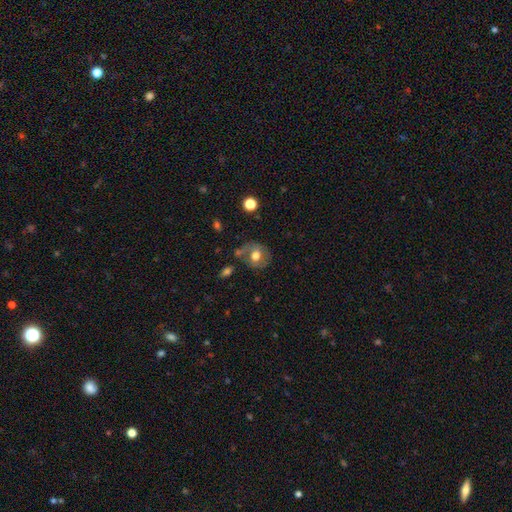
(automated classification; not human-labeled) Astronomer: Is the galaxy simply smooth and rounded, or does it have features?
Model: smooth — 58% (runner-up: featured or disk, 34%).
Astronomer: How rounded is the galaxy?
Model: round — 72%.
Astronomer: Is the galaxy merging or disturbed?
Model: none — 64%.